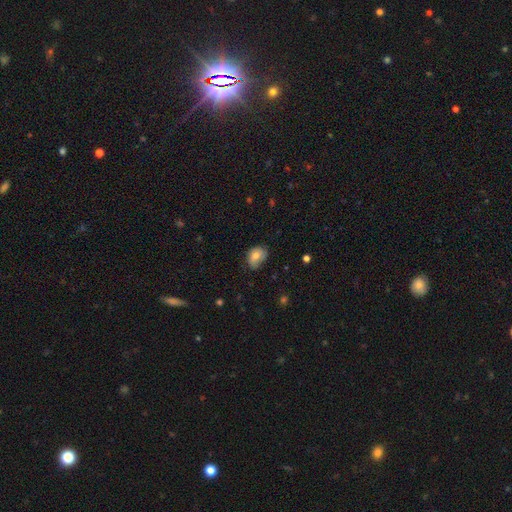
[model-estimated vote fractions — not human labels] Overall: smooth (73%). How rounded: in between (70%). Merging: none (56%; minor disturbance 34%).